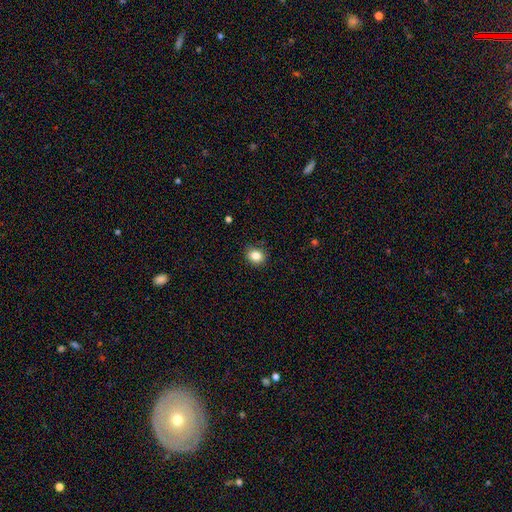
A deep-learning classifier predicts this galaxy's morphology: smooth_or_featured: smooth (p=0.84) [alt: star or artifact p=0.10]
how_rounded: round (p=0.58) [alt: in between p=0.41]
merging: none (p=0.87) [alt: minor disturbance p=0.10]